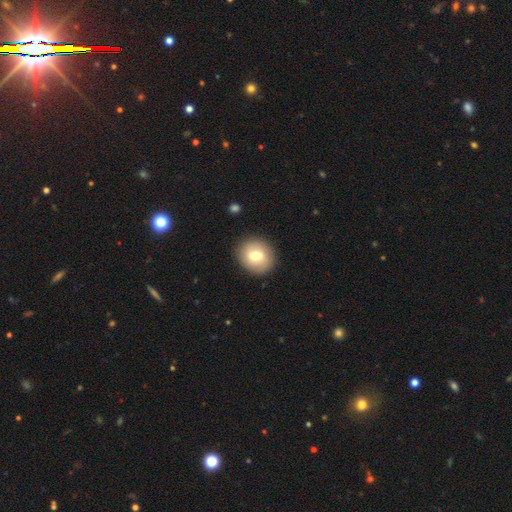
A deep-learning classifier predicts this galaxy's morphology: Smooth or featured: smooth — 72% (featured or disk — 19%)
How rounded: round — 76% (in between — 23%)
Merging: none — 89% (minor disturbance — 7%)